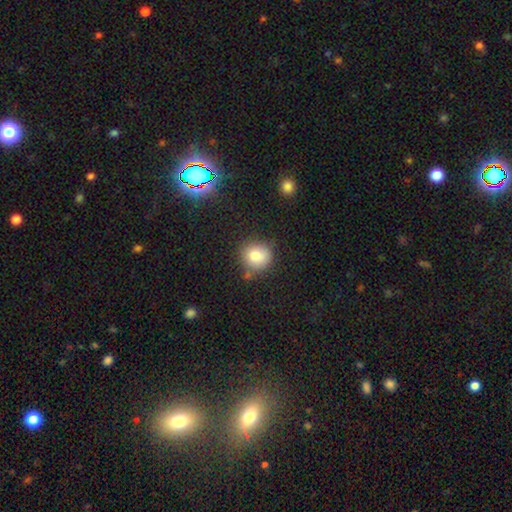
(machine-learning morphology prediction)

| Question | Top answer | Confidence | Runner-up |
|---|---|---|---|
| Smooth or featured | smooth | 81% | star or artifact (11%) |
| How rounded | round | 85% | in between (14%) |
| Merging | none | 75% | minor disturbance (16%) |